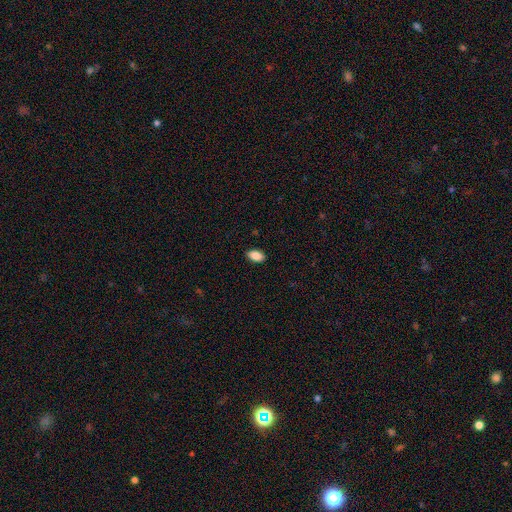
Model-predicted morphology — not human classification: smooth 88%, star or artifact 7%, featured or disk 4%. Down the decision tree: how rounded — in between (92%); merging — none (88%).